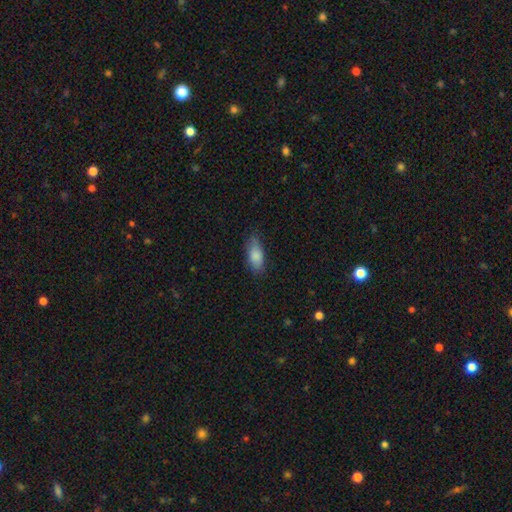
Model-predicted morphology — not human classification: Smooth or featured? Predicted: smooth (p=0.84). How rounded? Predicted: in between (p=0.84). Merging? Predicted: none (p=0.75).